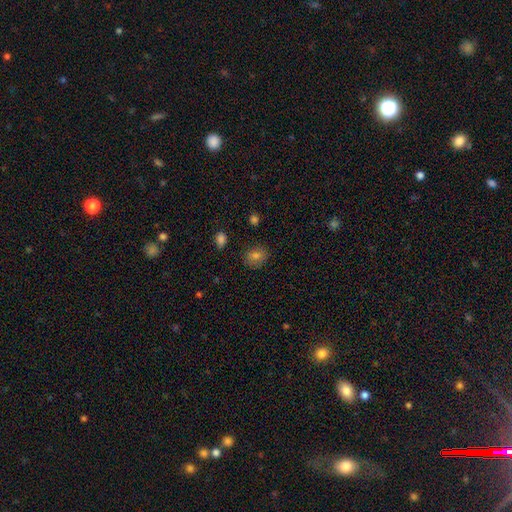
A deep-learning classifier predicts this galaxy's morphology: Smooth or featured: smooth — 73% (star or artifact — 15%)
How rounded: round — 62% (in between — 37%)
Merging: none — 83% (minor disturbance — 12%)